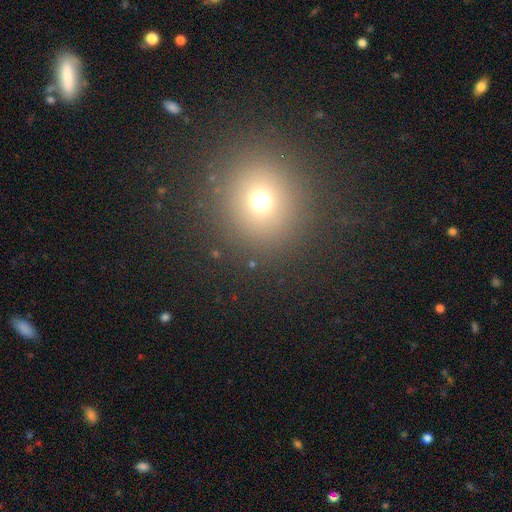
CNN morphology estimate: smooth-or-featured: smooth: 63% | star or artifact: 27% | featured or disk: 9%
  how-rounded: round: 92% | in between: 7% | cigar-shaped: 1%
  merging: none: 91% | minor disturbance: 5% | major disturbance: 3% | merger: 1%